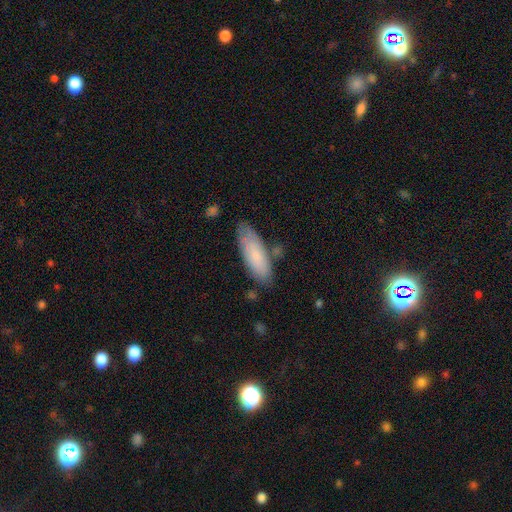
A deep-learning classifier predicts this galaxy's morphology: The model was most divided on "how rounded": in between: 61%, cigar-shaped: 37%, round: 2%. More confident: smooth or featured — smooth (73%); merging — none (71%).